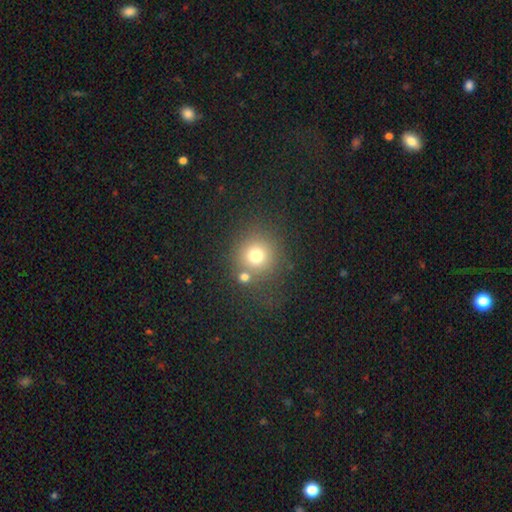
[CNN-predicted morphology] The model was most divided on "merging": none: 69%, merger: 15%, minor disturbance: 10%, major disturbance: 6%. More confident: how rounded — round (91%); smooth or featured — smooth (73%).